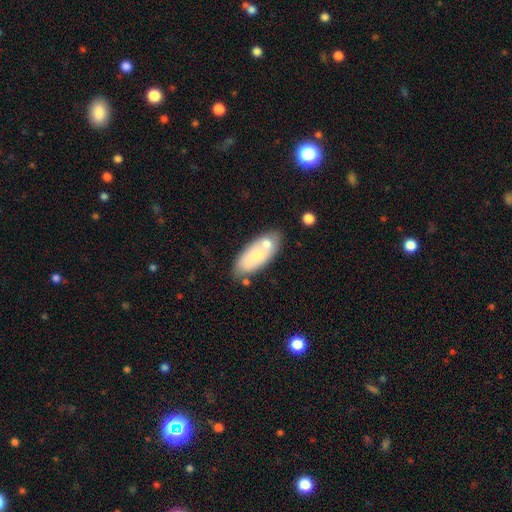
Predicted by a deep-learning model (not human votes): Q: Smooth or featured?
A: smooth (62%); runner-up: featured or disk (31%)
Q: How rounded?
A: in between (78%); runner-up: cigar-shaped (20%)
Q: Merging?
A: none (59%); runner-up: minor disturbance (18%)